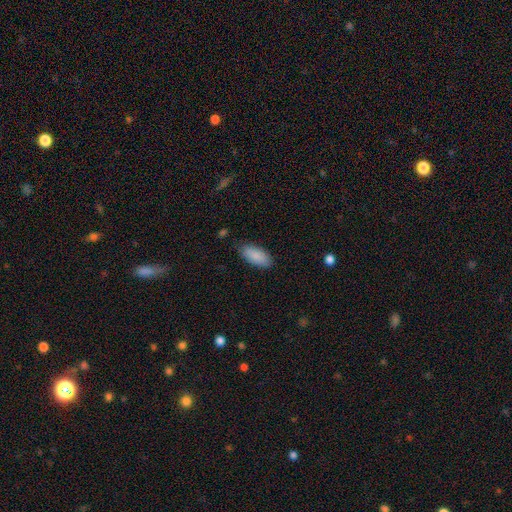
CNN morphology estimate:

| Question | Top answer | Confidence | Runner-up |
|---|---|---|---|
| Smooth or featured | smooth | 88% | star or artifact (6%) |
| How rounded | in between | 88% | cigar-shaped (10%) |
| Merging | none | 83% | minor disturbance (13%) |